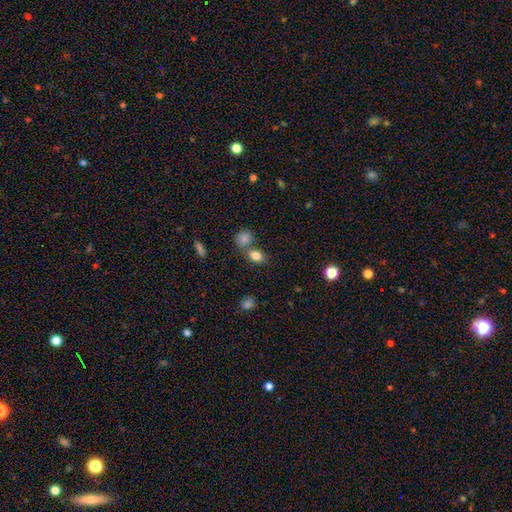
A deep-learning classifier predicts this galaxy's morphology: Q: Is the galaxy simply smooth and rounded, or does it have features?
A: smooth — 83%.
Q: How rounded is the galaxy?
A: in between — 70%.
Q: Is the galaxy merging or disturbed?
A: none — 52%.